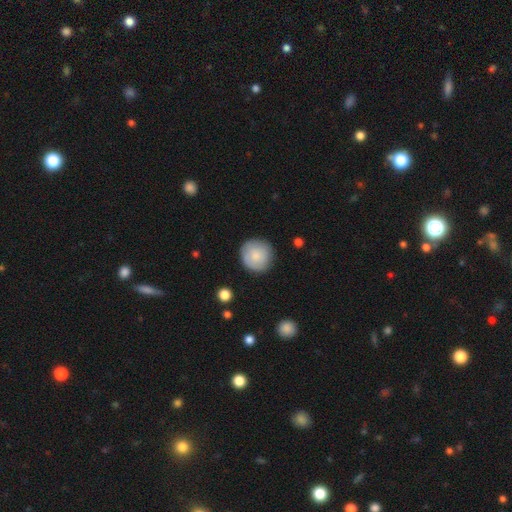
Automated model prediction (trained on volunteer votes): smooth_or_featured: smooth (p=0.79) [alt: featured or disk p=0.15]
how_rounded: round (p=0.94) [alt: in between p=0.05]
merging: none (p=0.86) [alt: minor disturbance p=0.10]